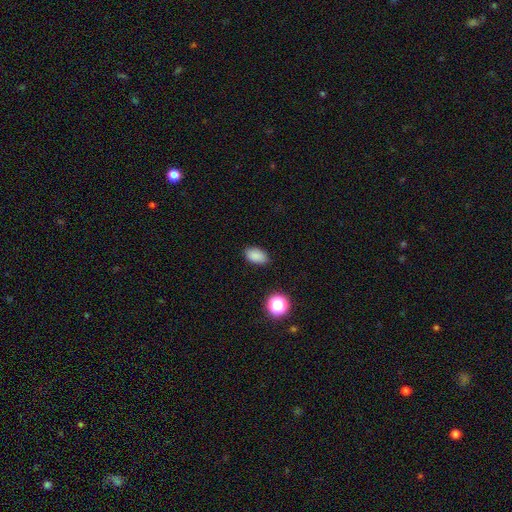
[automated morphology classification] type=smooth (85%); roundness=in between (89%); merging=none (85%).